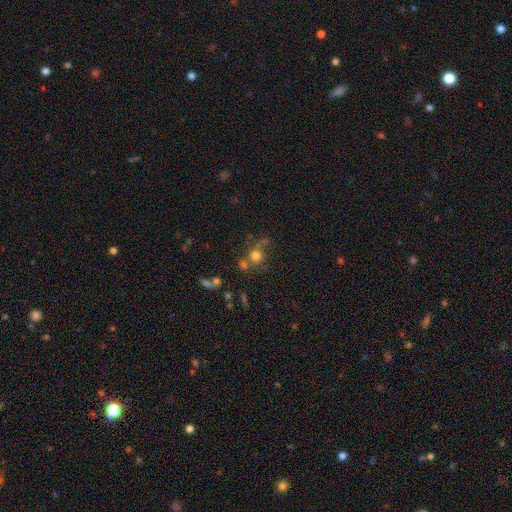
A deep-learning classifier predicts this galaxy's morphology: This is likely a smooth galaxy (71%). How rounded: clearly round (89%). Merging: possibly none (57%).